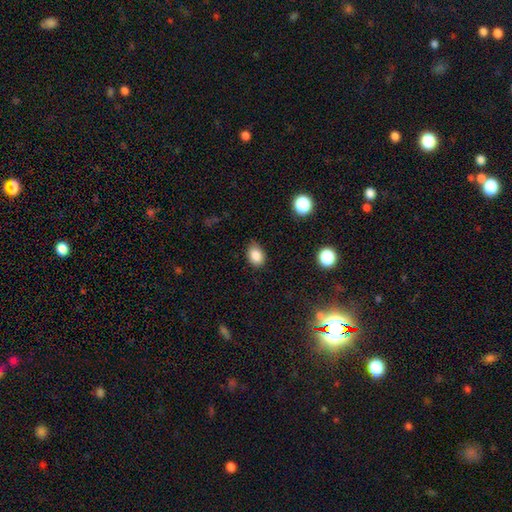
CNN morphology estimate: smooth_or_featured: smooth (p=0.86) [alt: star or artifact p=0.10]
how_rounded: in between (p=0.74) [alt: round p=0.24]
merging: none (p=0.79) [alt: minor disturbance p=0.17]